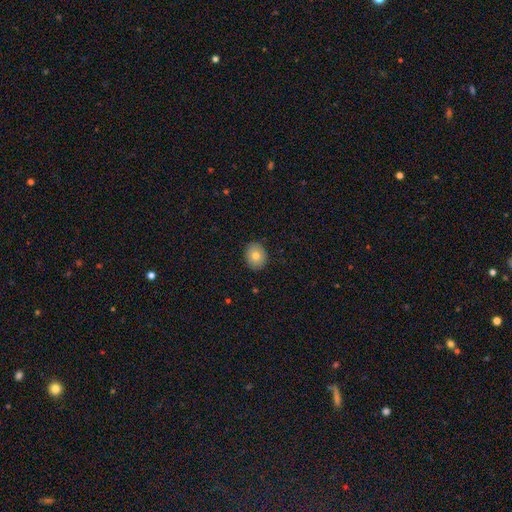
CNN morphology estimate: Overall: smooth (78%). How rounded: round (52%; in between 47%). Merging: none (89%).